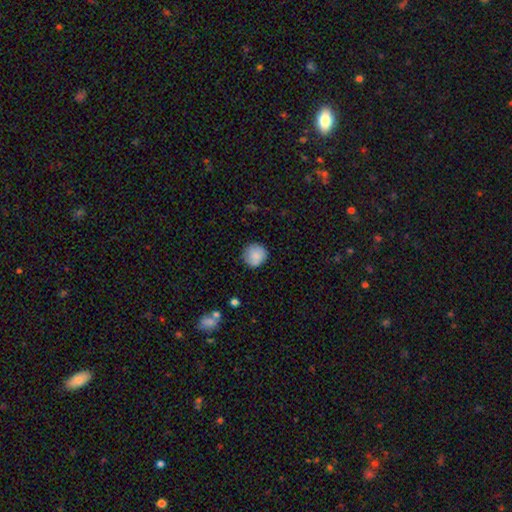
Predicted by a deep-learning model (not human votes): This appears to be a smooth galaxy with no disk features (85%) that is round (93%). Merging: none (85%).